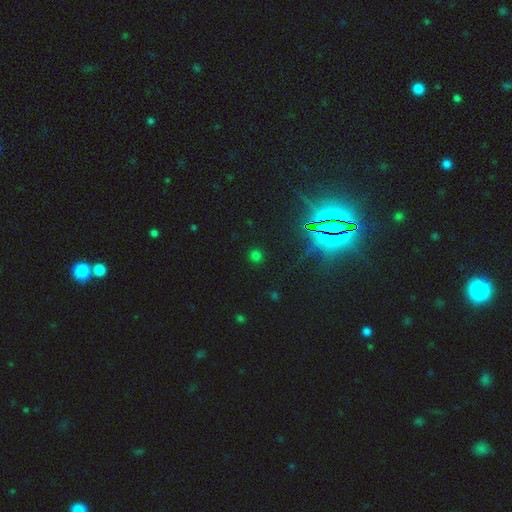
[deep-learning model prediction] smooth 61%, star or artifact 34%, featured or disk 6%. Down the decision tree: how rounded — round (91%); merging — none (90%).